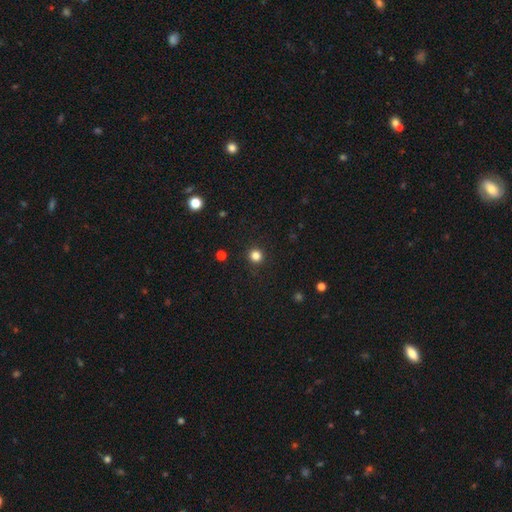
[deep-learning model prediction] A smooth galaxy with no disk features (83%) that is round (95%).

Vote fractions:
- Smooth or featured? smooth: 83% / star or artifact: 13% / featured or disk: 4%
- How rounded? round: 95% / in between: 4% / cigar-shaped: 1%
- Merging? none: 92% / minor disturbance: 5% / major disturbance: 2% / merger: 1%